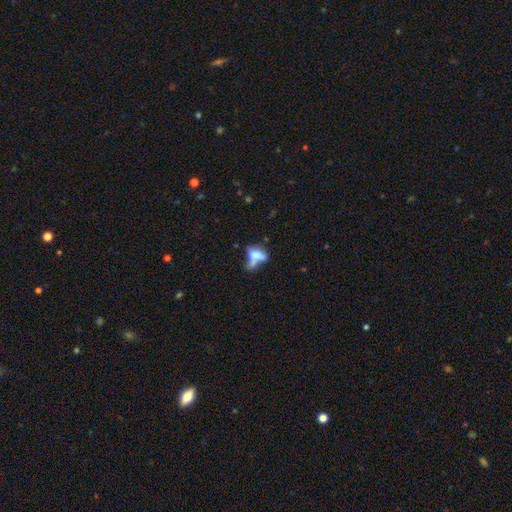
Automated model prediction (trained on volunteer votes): smooth_or_featured: smooth (p=0.61) [alt: featured or disk p=0.28]
how_rounded: in between (p=0.75) [alt: cigar-shaped p=0.16]
merging: merger (p=0.47) [alt: none p=0.22]